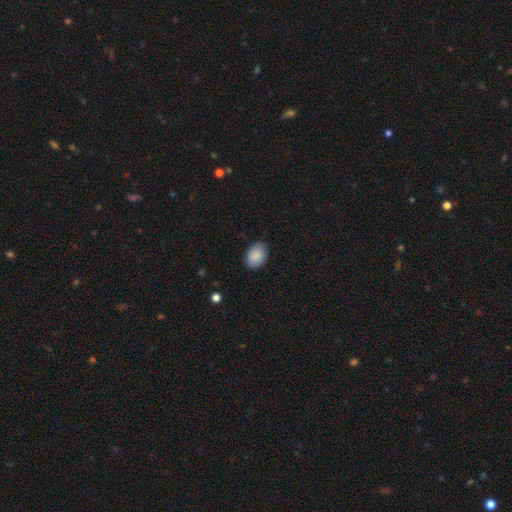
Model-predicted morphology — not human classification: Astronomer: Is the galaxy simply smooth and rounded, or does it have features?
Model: smooth — 88%.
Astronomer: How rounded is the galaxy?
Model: in between — 72%.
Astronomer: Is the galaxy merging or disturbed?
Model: none — 83%.